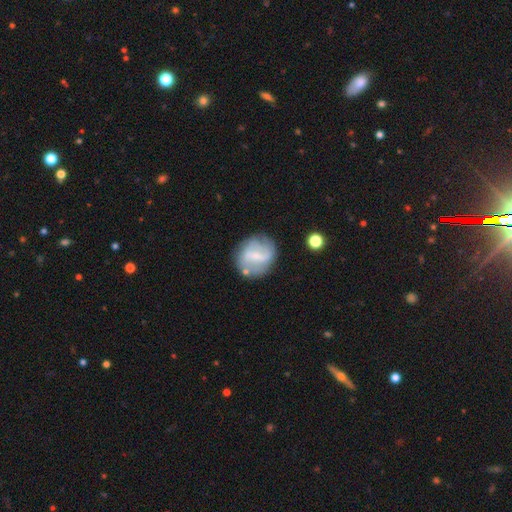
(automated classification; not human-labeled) Overall: featured or disk (58%; smooth 34%). Edge-on disk: no (97%). Bar: weak (50%; strong 29%). Spiral arms: yes (66%; no 34%). Bulge size: small (58%; moderate 21%). Merging: none (67%).